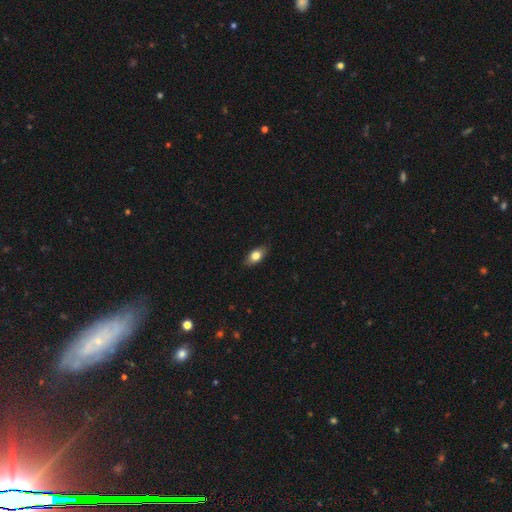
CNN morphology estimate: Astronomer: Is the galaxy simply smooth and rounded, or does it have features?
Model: smooth — 77%.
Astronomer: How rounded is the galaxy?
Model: in between — 86%.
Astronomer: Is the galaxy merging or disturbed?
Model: none — 86%.